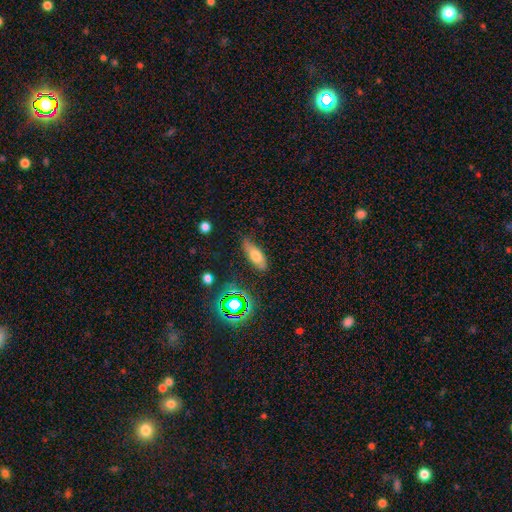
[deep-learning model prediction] Smooth or featured? Predicted: smooth (p=0.68). How rounded? Predicted: in between (p=0.65). Merging? Predicted: none (p=0.75).